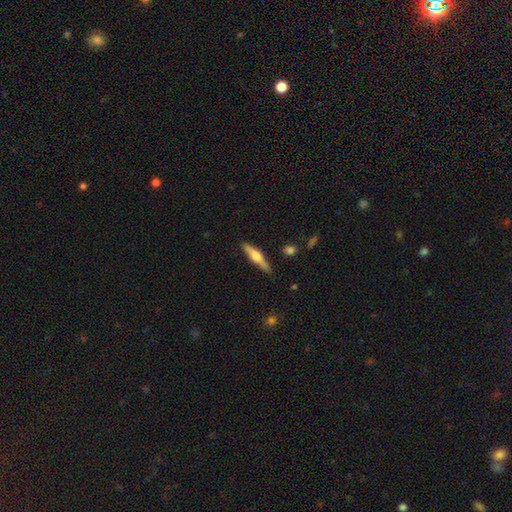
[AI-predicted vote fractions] featured or disk 62%, smooth 32%, star or artifact 6%. Down the decision tree: edge-on disk — yes (97%); edge-on bulge — rounded (86%); merging — none (85%).